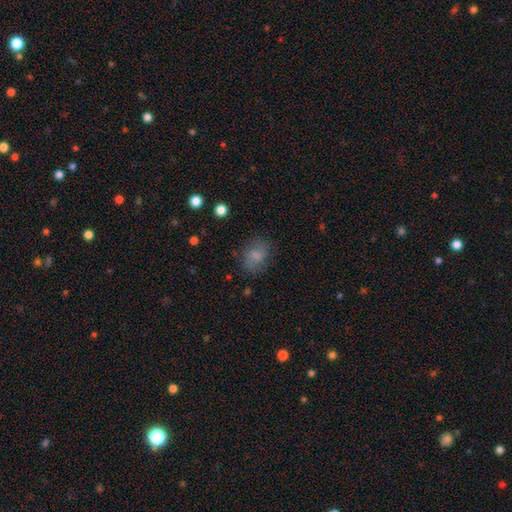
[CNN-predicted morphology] This appears to be a smooth galaxy with no disk features (73%) that is in between round and cigar-shaped (56%). Merging: none (72%).